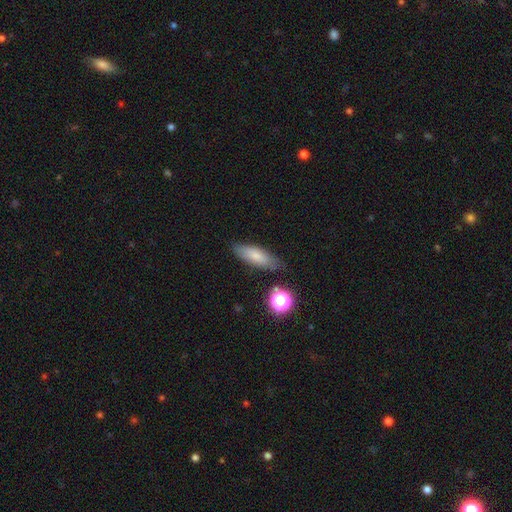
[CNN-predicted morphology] Q: Smooth or featured?
A: smooth (75%); runner-up: featured or disk (15%)
Q: How rounded?
A: in between (60%); runner-up: cigar-shaped (37%)
Q: Merging?
A: none (78%); runner-up: minor disturbance (15%)